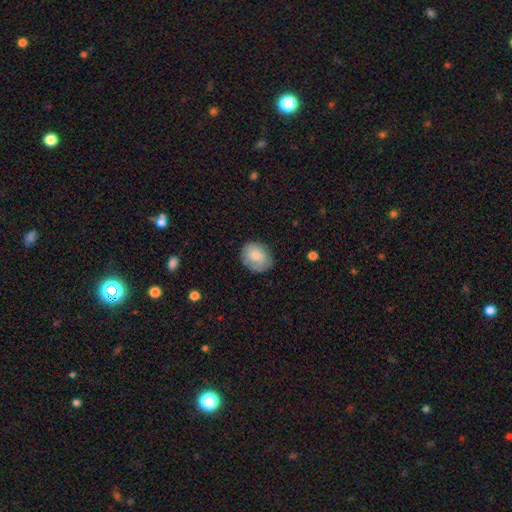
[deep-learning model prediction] smooth 81%, featured or disk 13%, star or artifact 7%. Down the decision tree: how rounded — in between (50%); merging — none (76%).